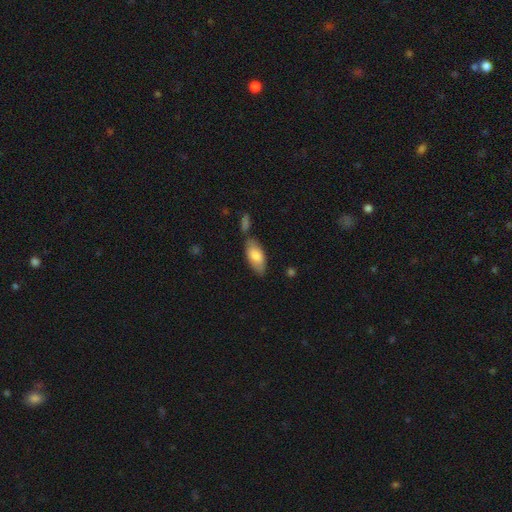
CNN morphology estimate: This is likely a smooth galaxy (78%). How rounded: clearly in between (87%). Merging: likely none (65%).